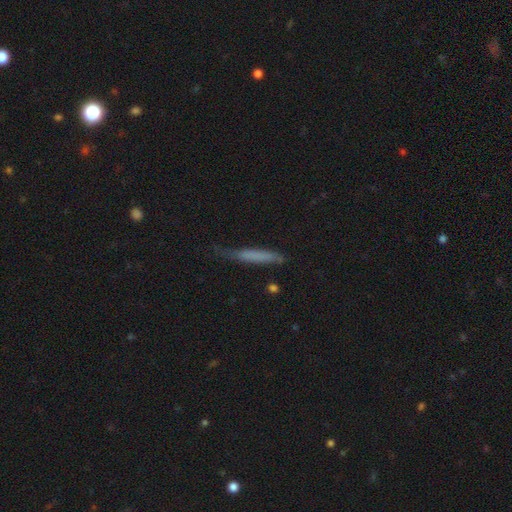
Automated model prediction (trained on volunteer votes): A smooth galaxy with no disk features (63%) that is cigar-shaped (93%).

Vote fractions:
- Smooth or featured? smooth: 63% / featured or disk: 29% / star or artifact: 8%
- How rounded? cigar-shaped: 93% / in between: 5% / round: 2%
- Merging? none: 60% / minor disturbance: 28% / major disturbance: 9% / merger: 3%